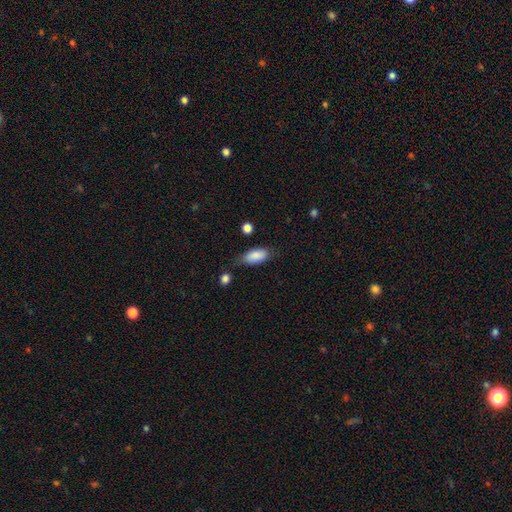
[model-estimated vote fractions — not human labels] The model was most divided on "merging": none: 64%, minor disturbance: 26%, major disturbance: 6%, merger: 4%. More confident: how rounded — in between (87%); smooth or featured — smooth (85%).